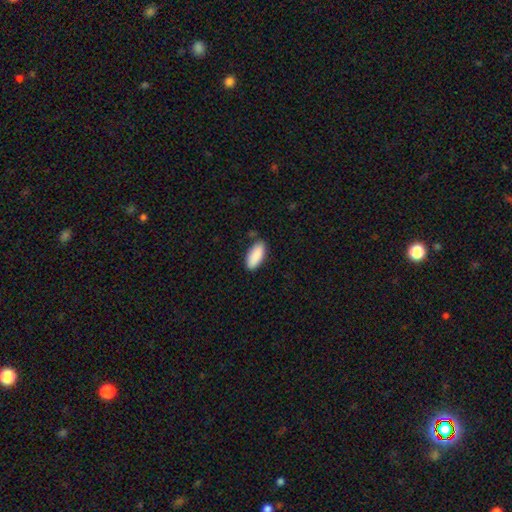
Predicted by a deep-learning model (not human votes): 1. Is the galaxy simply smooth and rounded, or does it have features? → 90% smooth, 6% star or artifact, 4% featured or disk.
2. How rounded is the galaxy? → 85% in between, 13% cigar-shaped, 2% round.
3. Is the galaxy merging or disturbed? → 79% none, 15% minor disturbance, 3% major disturbance, 3% merger.